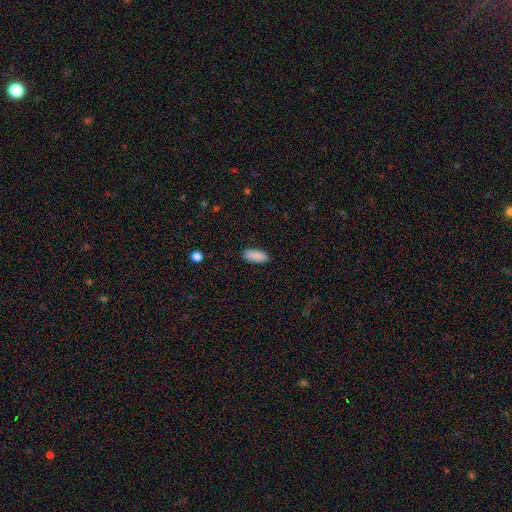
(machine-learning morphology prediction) type=smooth (90%); roundness=in between (84%); merging=none (89%).